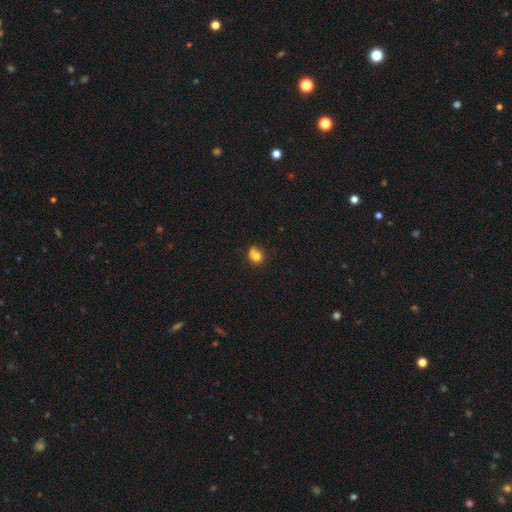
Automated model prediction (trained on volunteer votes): Q: Smooth or featured?
A: smooth (75%); runner-up: featured or disk (14%)
Q: How rounded?
A: round (65%); runner-up: in between (33%)
Q: Merging?
A: none (43%); runner-up: minor disturbance (27%)